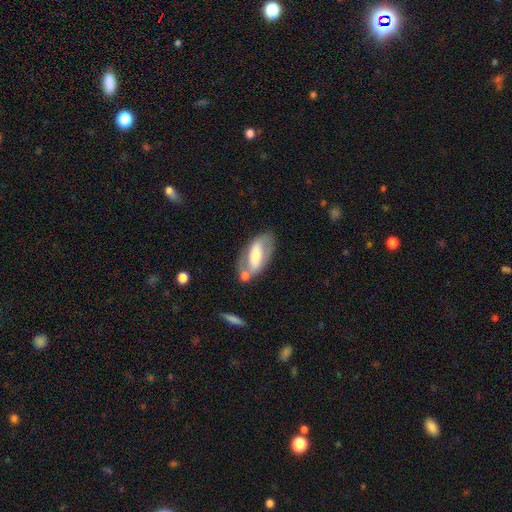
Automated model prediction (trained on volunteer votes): A smooth galaxy with no disk features (47%).

Vote fractions:
- Smooth or featured? smooth: 47% / featured or disk: 46% / star or artifact: 6%
- Merging? none: 54% / minor disturbance: 20% / merger: 17% / major disturbance: 10%